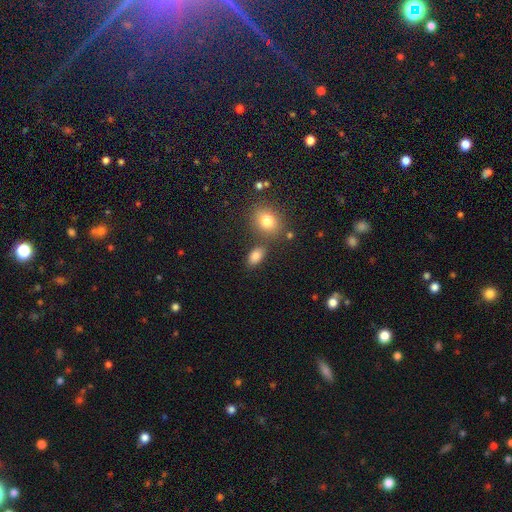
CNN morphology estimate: A smooth galaxy with no disk features (83%) that is in between round and cigar-shaped (86%).

Vote fractions:
- Smooth or featured? smooth: 83% / star or artifact: 11% / featured or disk: 6%
- How rounded? in between: 86% / round: 11% / cigar-shaped: 3%
- Merging? none: 75% / minor disturbance: 12% / merger: 9% / major disturbance: 4%